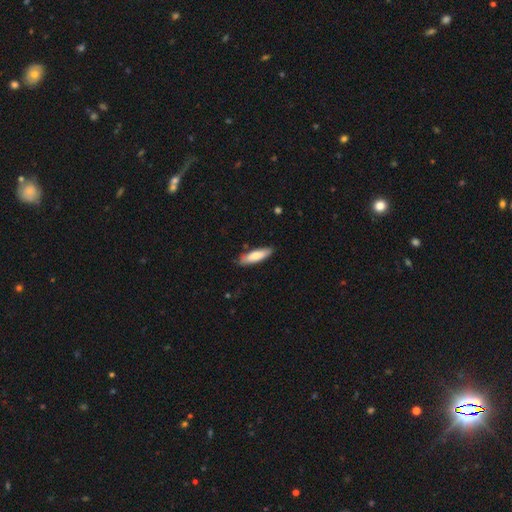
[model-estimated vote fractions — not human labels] Q: Smooth or featured?
A: smooth (78%); runner-up: featured or disk (17%)
Q: How rounded?
A: cigar-shaped (59%); runner-up: in between (39%)
Q: Merging?
A: none (84%); runner-up: minor disturbance (12%)